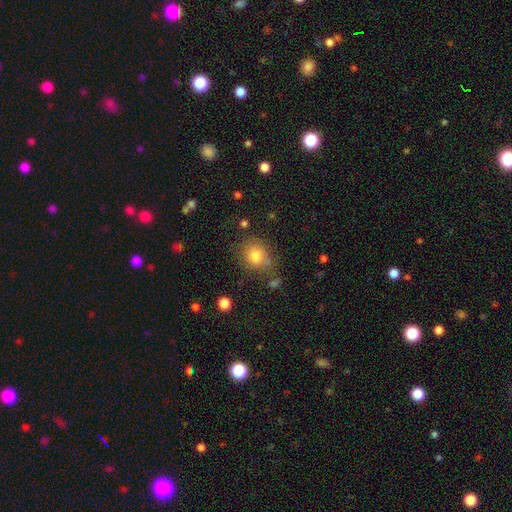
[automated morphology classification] type=smooth (80%); roundness=round (76%); merging=none (68%).